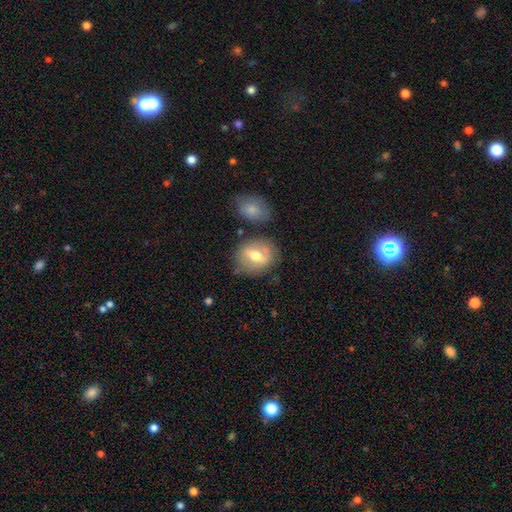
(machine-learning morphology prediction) Smooth or featured? Predicted: smooth (p=0.50). Merging? Predicted: none (p=0.72).